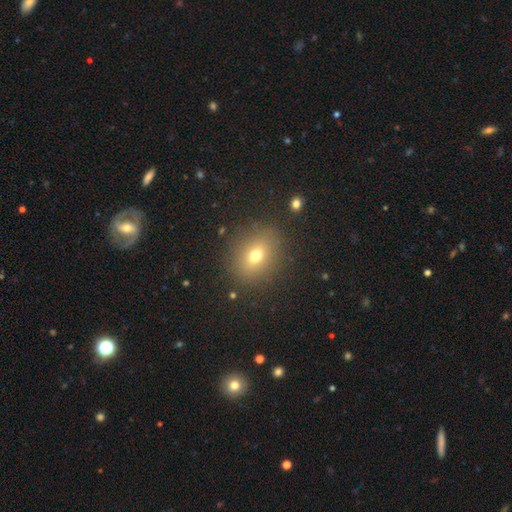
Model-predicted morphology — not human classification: smooth_or_featured: smooth (p=0.69) [alt: star or artifact p=0.17]
how_rounded: round (p=0.59) [alt: in between p=0.40]
merging: none (p=0.86) [alt: minor disturbance p=0.09]